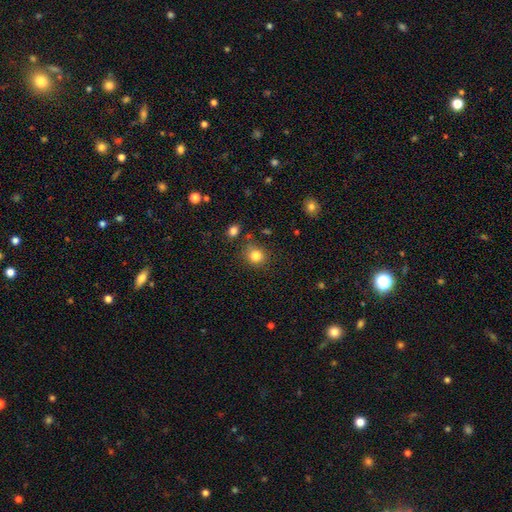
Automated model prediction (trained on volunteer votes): smooth-or-featured: smooth: 83% | star or artifact: 12% | featured or disk: 6%
  how-rounded: round: 80% | in between: 19% | cigar-shaped: 1%
  merging: none: 78% | minor disturbance: 13% | merger: 5% | major disturbance: 4%